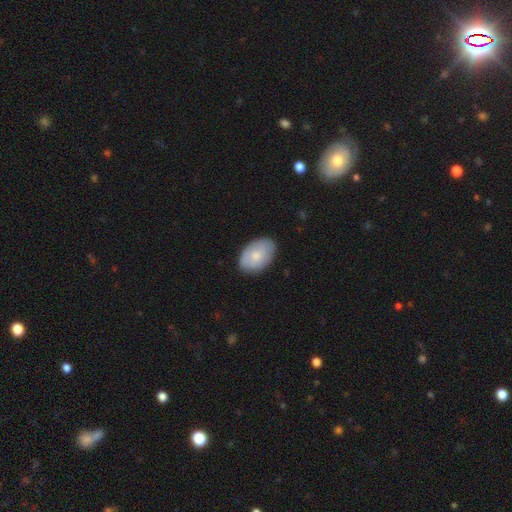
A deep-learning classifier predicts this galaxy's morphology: Smooth or featured?
  - smooth: 73% *
  - featured or disk: 21%
  - star or artifact: 6%
How rounded?
  - in between: 89% *
  - round: 10%
  - cigar-shaped: 1%
Merging?
  - none: 83% *
  - minor disturbance: 13%
  - major disturbance: 3%
  - merger: 1%